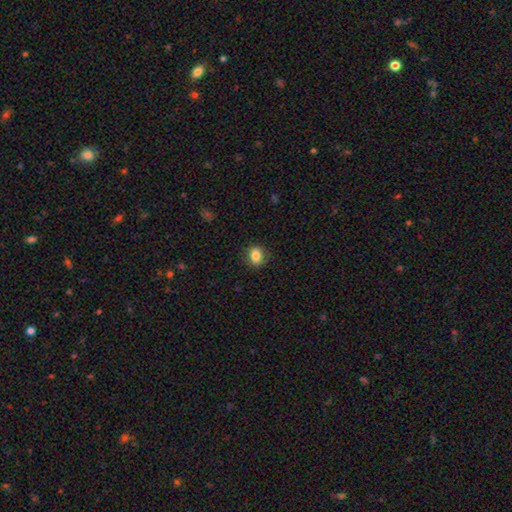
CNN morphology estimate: Smooth or featured?
  - smooth: 83% *
  - star or artifact: 9%
  - featured or disk: 8%
How rounded?
  - round: 53% *
  - in between: 45%
  - cigar-shaped: 1%
Merging?
  - none: 85% *
  - minor disturbance: 11%
  - major disturbance: 3%
  - merger: 1%